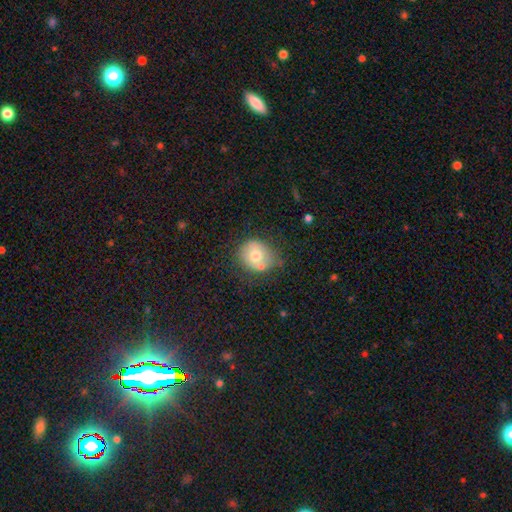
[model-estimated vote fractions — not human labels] smooth 66%, featured or disk 25%, star or artifact 9%. Down the decision tree: how rounded — round (74%); merging — none (57%).